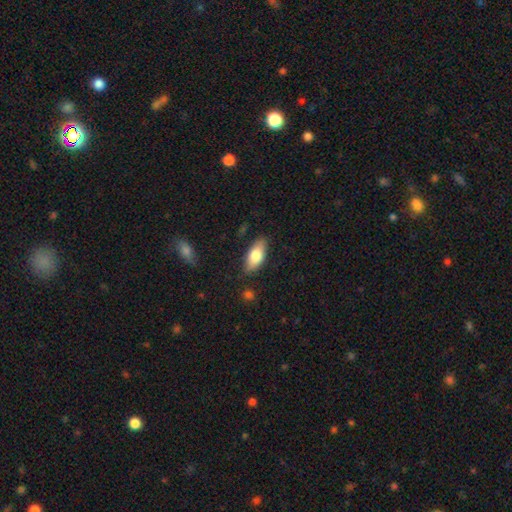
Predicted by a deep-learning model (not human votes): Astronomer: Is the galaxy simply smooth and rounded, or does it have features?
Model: smooth — 76%.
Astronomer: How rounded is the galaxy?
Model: in between — 85%.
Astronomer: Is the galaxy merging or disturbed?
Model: none — 84%.